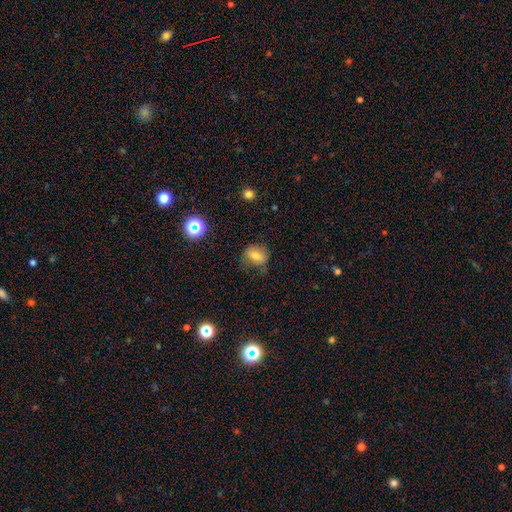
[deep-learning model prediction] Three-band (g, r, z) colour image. It shows a smooth galaxy with no disk features (70%) that is in between round and cigar-shaped (50%). Merging: none (65%).